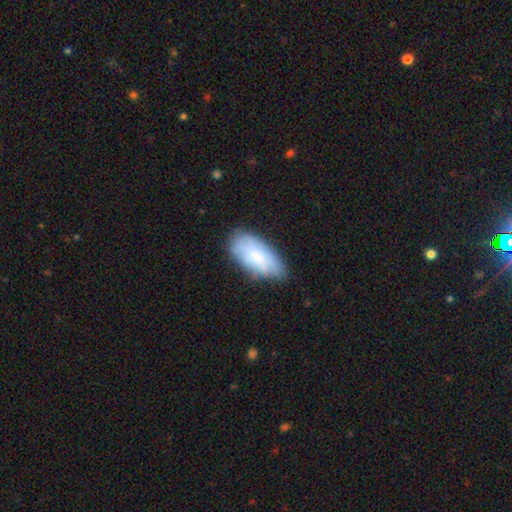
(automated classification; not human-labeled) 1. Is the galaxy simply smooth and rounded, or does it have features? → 75% smooth, 18% featured or disk, 7% star or artifact.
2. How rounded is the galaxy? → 92% in between, 6% cigar-shaped, 2% round.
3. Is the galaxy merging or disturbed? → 64% none, 28% minor disturbance, 6% major disturbance, 2% merger.